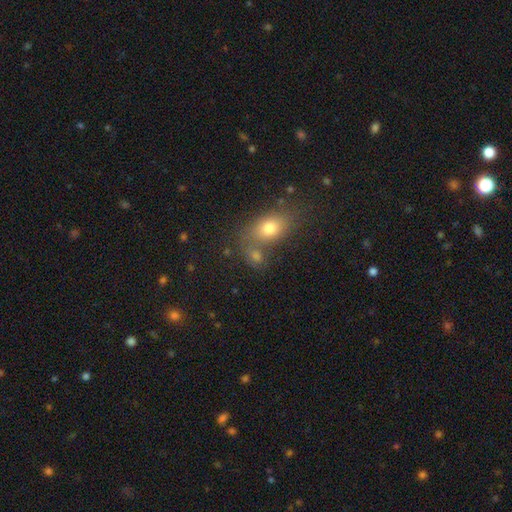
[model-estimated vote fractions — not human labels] A smooth galaxy with no disk features (72%) that is in between round and cigar-shaped (68%).

Vote fractions:
- Smooth or featured? smooth: 72% / star or artifact: 16% / featured or disk: 12%
- How rounded? in between: 68% / round: 29% / cigar-shaped: 3%
- Merging? none: 49% / merger: 34% / minor disturbance: 11% / major disturbance: 6%